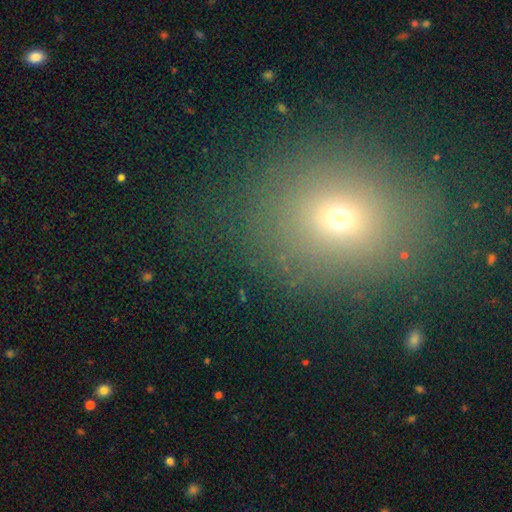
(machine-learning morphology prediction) Smooth or featured?
  - smooth: 59% *
  - star or artifact: 29%
  - featured or disk: 12%
How rounded?
  - round: 68% *
  - in between: 30%
  - cigar-shaped: 1%
Merging?
  - none: 80% *
  - minor disturbance: 11%
  - major disturbance: 6%
  - merger: 3%